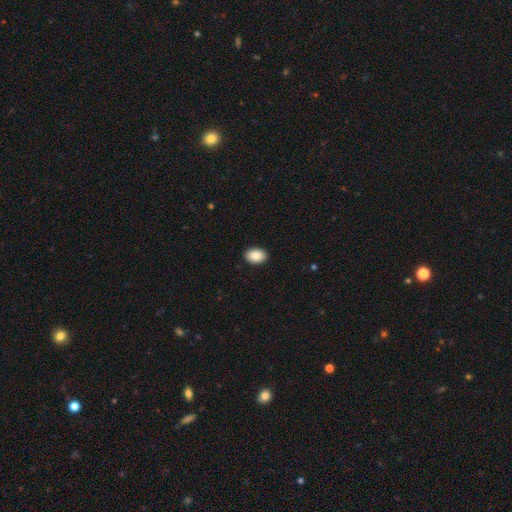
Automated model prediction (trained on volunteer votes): This appears to be a smooth galaxy with no disk features (88%) that is in between round and cigar-shaped (83%). Merging: none (92%).